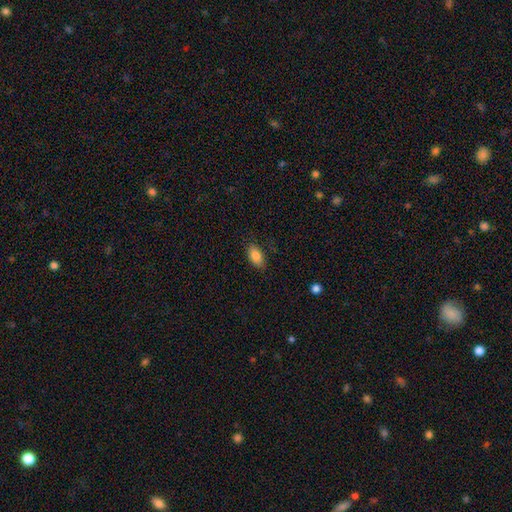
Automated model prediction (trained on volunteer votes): Overall: smooth (85%). How rounded: in between (90%). Merging: none (84%).